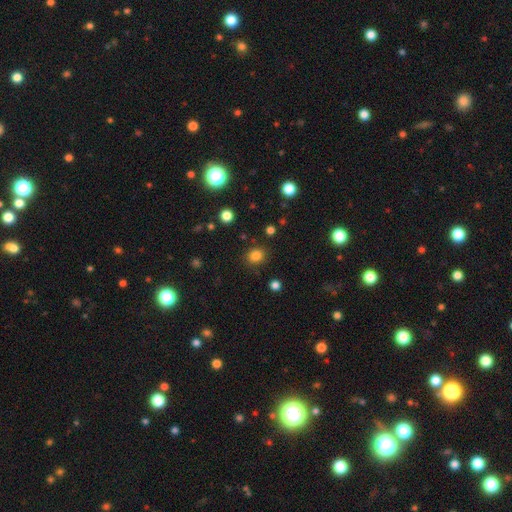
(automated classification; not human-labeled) smooth 82%, star or artifact 14%, featured or disk 5%. Down the decision tree: how rounded — round (73%); merging — none (86%).